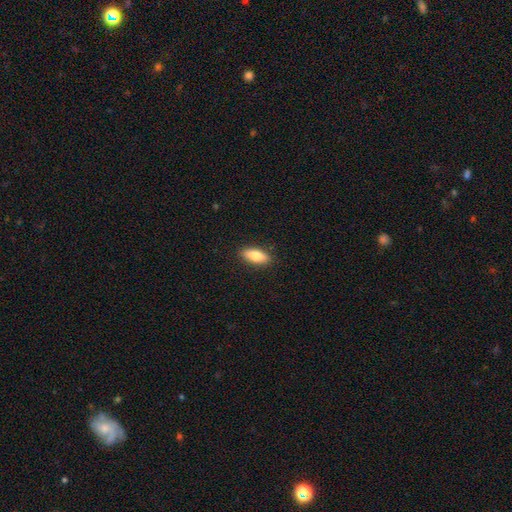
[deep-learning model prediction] This is likely a smooth galaxy (79%). How rounded: likely in between (76%). Merging: clearly none (89%).